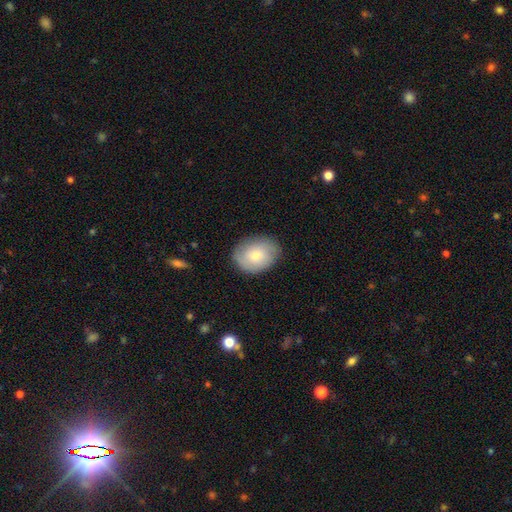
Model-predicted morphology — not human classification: Smooth or featured: smooth — 67% (featured or disk — 26%)
How rounded: in between — 64% (round — 35%)
Merging: none — 81% (minor disturbance — 14%)